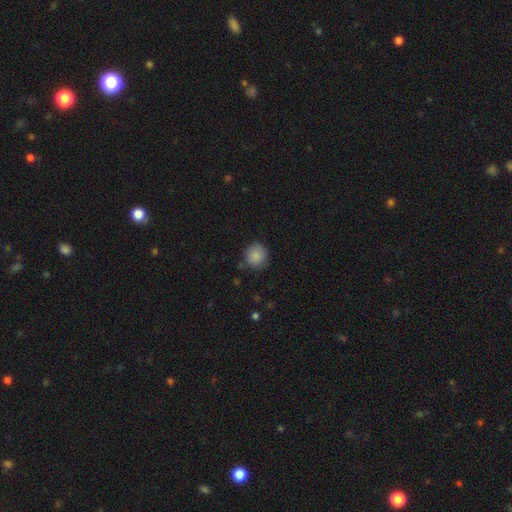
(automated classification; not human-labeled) Overall: smooth (87%). How rounded: round (89%). Merging: none (83%).